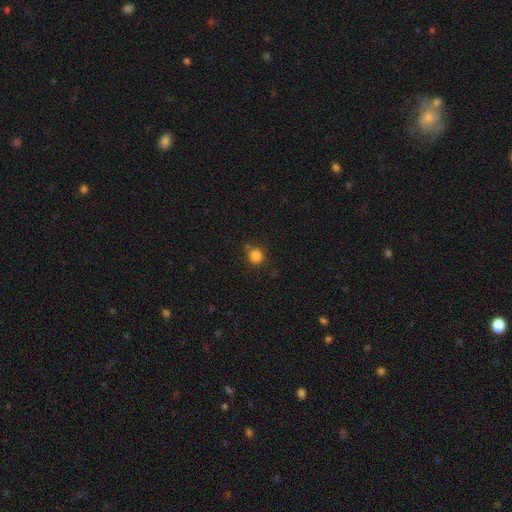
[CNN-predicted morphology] Overall: smooth (84%). How rounded: round (91%). Merging: none (79%).